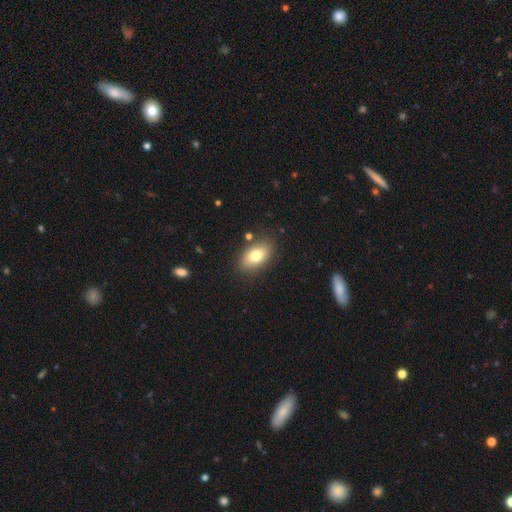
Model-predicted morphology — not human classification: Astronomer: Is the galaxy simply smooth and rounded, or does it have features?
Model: smooth — 78%.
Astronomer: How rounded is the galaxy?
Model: in between — 90%.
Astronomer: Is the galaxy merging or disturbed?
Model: none — 83%.